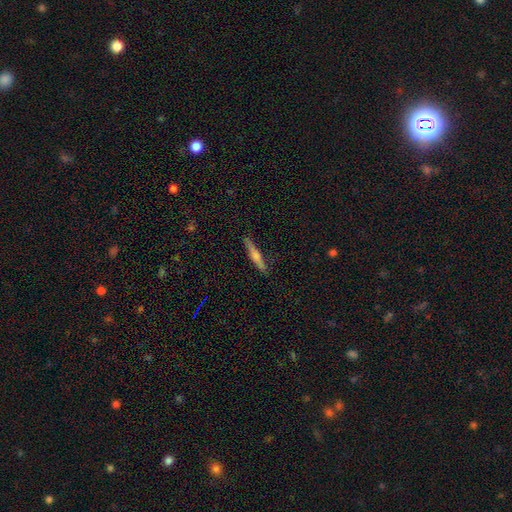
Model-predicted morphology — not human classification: This appears to be a featured or disk galaxy (56%) viewed edge-on (97%) with a rounded central bulge (78%). Merging: none (89%).